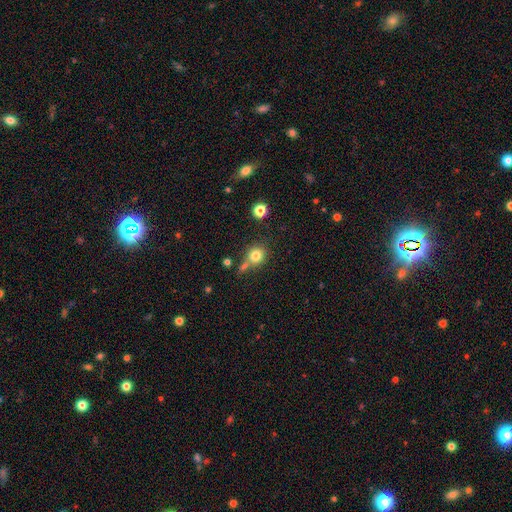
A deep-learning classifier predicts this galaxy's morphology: smooth 80%, star or artifact 12%, featured or disk 8%. Down the decision tree: how rounded — round (84%); merging — none (62%).